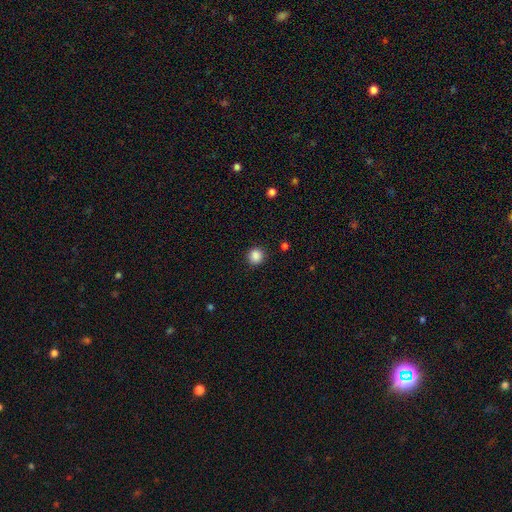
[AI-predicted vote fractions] Smooth or featured? smooth (87%)
How rounded? round (93%)
Merging? none (90%)